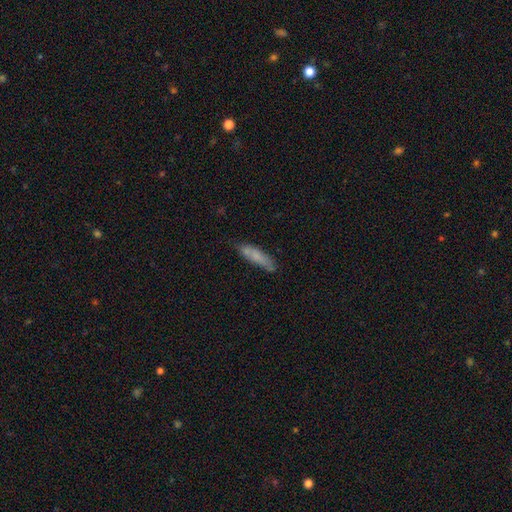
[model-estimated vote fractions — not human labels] A smooth galaxy with no disk features (72%) that is cigar-shaped (72%). Merging: none (68%).